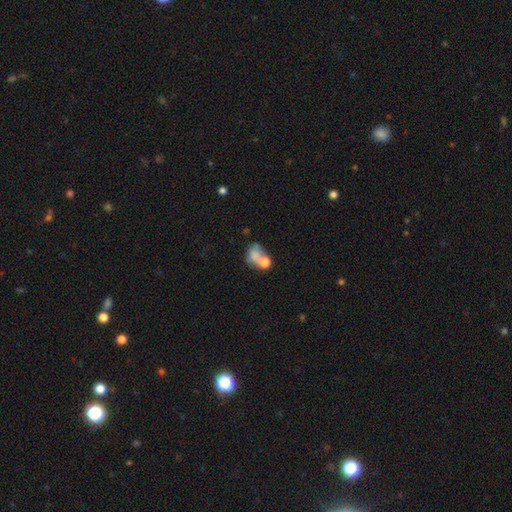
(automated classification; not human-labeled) This is likely a smooth galaxy (67%). How rounded: possibly in between (59%). Merging: possibly merger (54%).